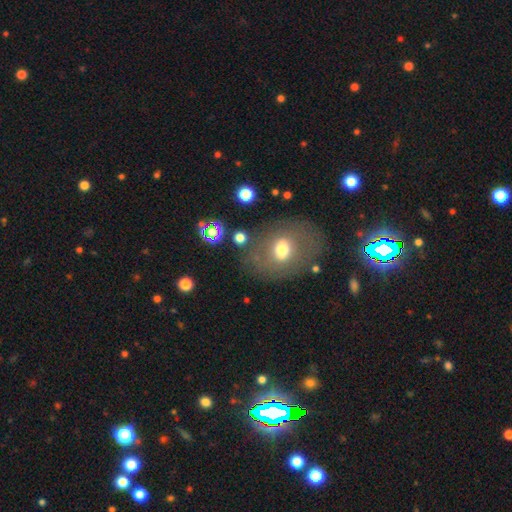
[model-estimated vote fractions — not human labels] Smooth or featured? Predicted: smooth (p=0.49). Merging? Predicted: none (p=0.77).